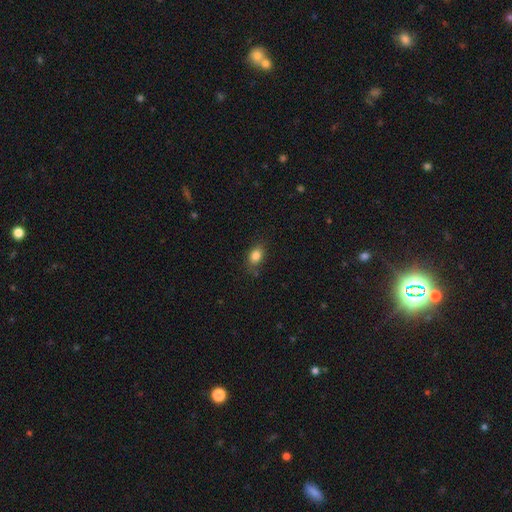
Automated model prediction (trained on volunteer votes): smooth_or_featured: smooth (p=0.84) [alt: star or artifact p=0.10]
how_rounded: in between (p=0.73) [alt: round p=0.25]
merging: none (p=0.77) [alt: minor disturbance p=0.17]